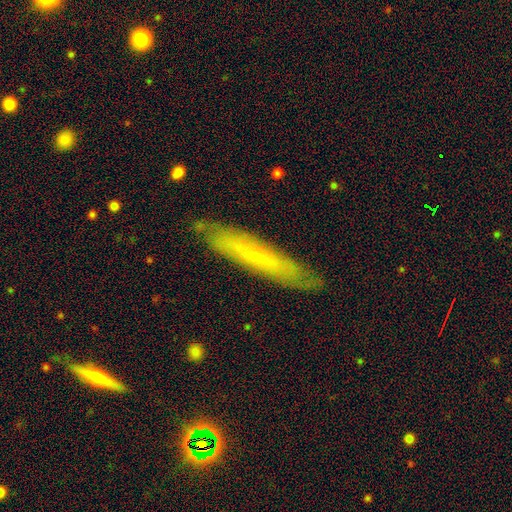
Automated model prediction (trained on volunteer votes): Morphology: type=featured or disk (55%); edge-on=yes (71%); merging=none (82%).